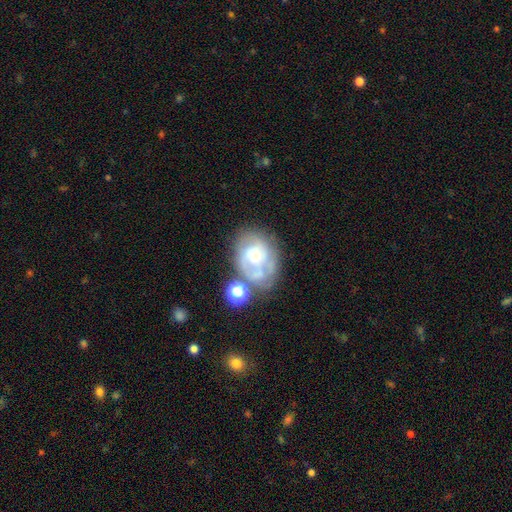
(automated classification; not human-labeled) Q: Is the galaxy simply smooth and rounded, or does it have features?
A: featured or disk — 67%.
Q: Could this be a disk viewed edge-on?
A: no — 97%.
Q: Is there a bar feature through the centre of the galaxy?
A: no — 78%.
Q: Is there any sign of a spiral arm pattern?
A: yes — 64%.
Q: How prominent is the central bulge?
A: small — 58%.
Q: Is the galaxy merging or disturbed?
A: none — 43%.